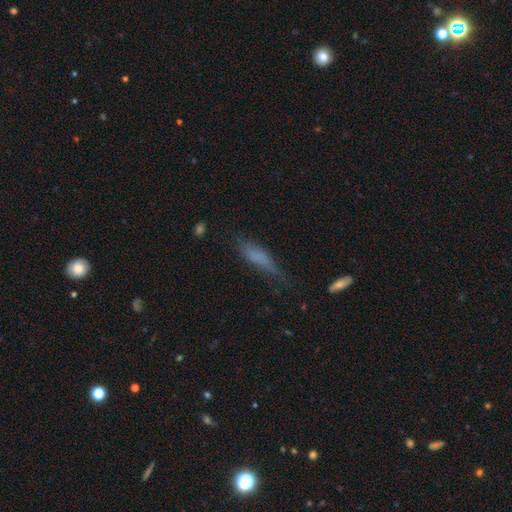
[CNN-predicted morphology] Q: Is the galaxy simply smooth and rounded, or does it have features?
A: smooth — 64%.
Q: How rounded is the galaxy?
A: cigar-shaped — 66%.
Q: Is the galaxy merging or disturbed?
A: none — 53%.